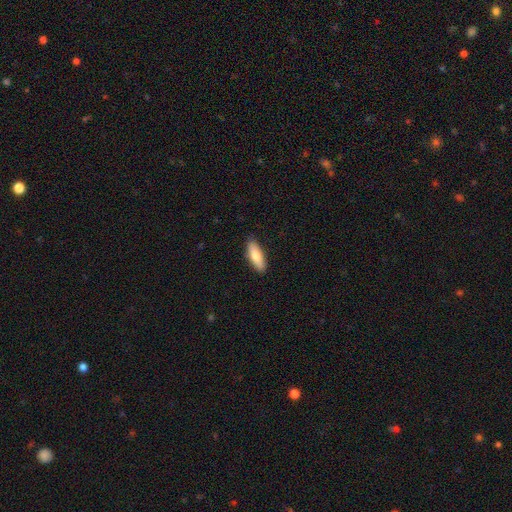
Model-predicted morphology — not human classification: Smooth or featured? Predicted: smooth (p=0.77). How rounded? Predicted: in between (p=0.60). Merging? Predicted: none (p=0.89).